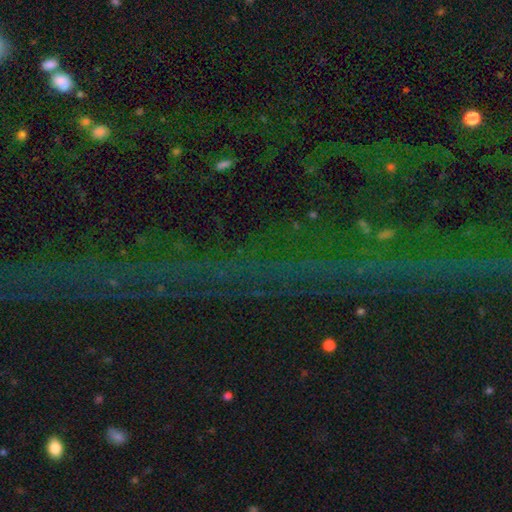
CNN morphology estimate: This appears to be a star or artifact, not a galaxy (76%).